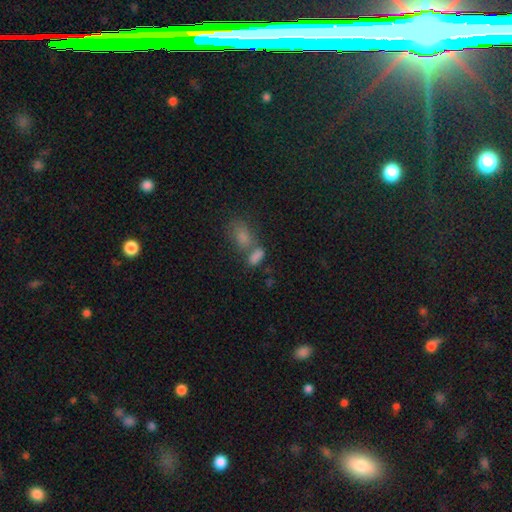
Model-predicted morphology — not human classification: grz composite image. It shows a smooth galaxy with no disk features (78%) that is in between round and cigar-shaped (84%). Merging: merger (52%).